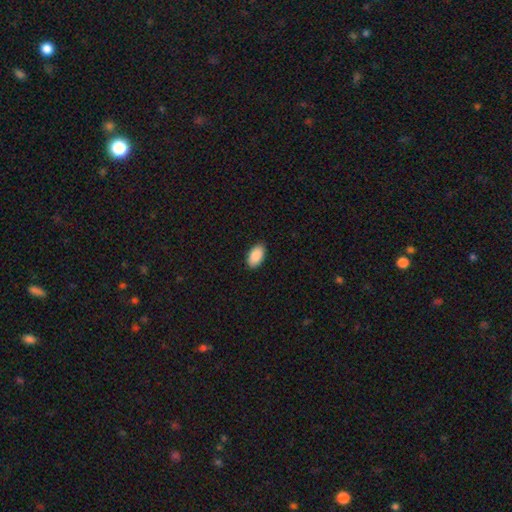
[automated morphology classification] smooth 91%, star or artifact 6%, featured or disk 3%. Down the decision tree: how rounded — in between (95%); merging — none (89%).